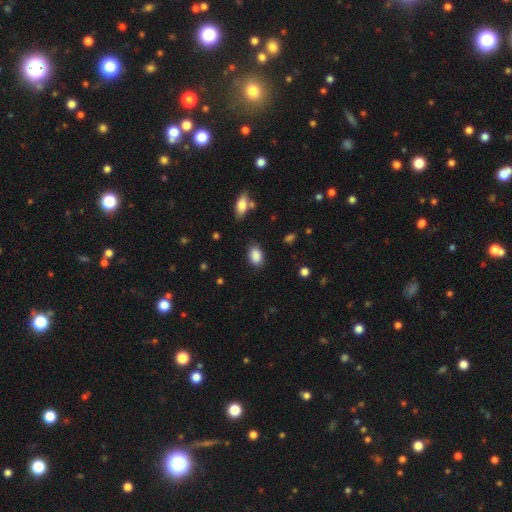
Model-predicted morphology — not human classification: Smooth or featured: smooth — 88% (star or artifact — 8%)
How rounded: in between — 81% (round — 17%)
Merging: none — 81% (minor disturbance — 14%)